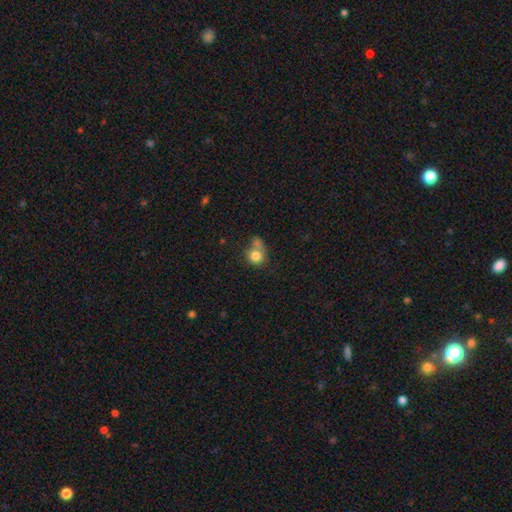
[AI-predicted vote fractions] The model was most divided on "merging": merger: 42%, none: 36%, minor disturbance: 14%, major disturbance: 7%. More confident: how rounded — round (80%); smooth or featured — smooth (79%).